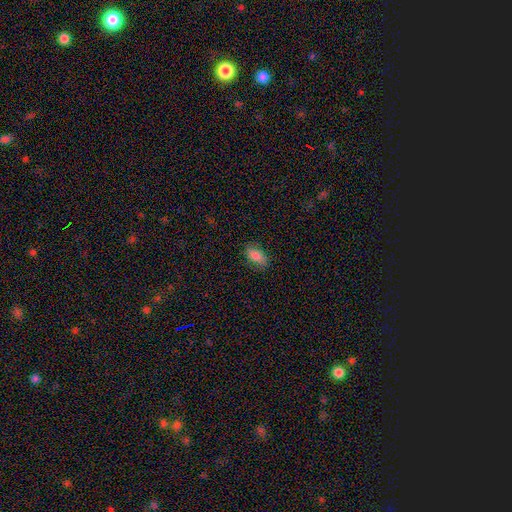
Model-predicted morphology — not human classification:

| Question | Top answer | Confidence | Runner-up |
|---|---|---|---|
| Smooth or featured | smooth | 81% | featured or disk (11%) |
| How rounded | in between | 89% | cigar-shaped (7%) |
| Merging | none | 83% | minor disturbance (14%) |